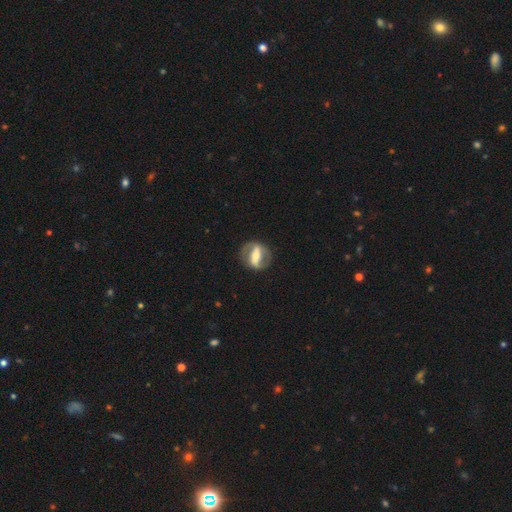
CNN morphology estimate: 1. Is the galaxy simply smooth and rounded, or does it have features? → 77% featured or disk, 18% smooth, 5% star or artifact.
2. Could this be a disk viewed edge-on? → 90% no, 10% yes.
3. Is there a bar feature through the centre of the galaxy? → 75% strong, 17% weak, 8% no.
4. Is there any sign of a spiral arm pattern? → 67% yes, 33% no.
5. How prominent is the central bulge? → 47% moderate, 27% small, 18% large, 6% none, 3% dominant.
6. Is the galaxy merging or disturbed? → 81% none, 12% minor disturbance, 6% major disturbance, 1% merger.